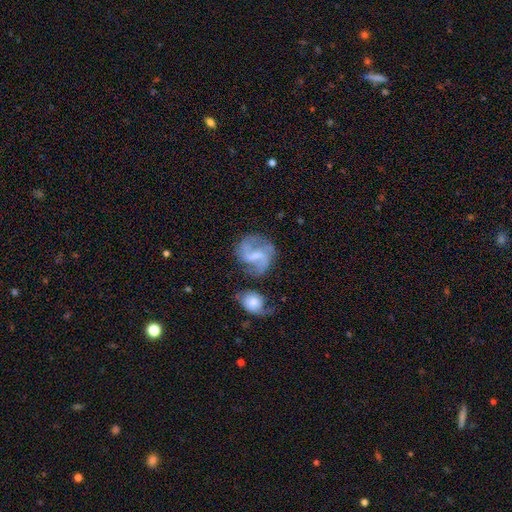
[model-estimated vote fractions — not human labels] Smooth or featured? Predicted: featured or disk (p=0.77). Edge-on disk? Predicted: no (p=0.98). Bar? Predicted: weak (p=0.53). Spiral arms? Predicted: yes (p=0.90). Spiral winding? Predicted: loose (p=0.45). Spiral arm count? Predicted: 2 (p=0.85). Bulge size? Predicted: small (p=0.41). Merging? Predicted: none (p=0.55).